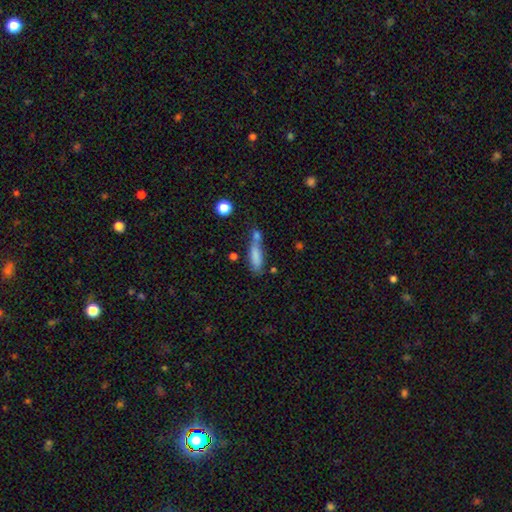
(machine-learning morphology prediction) This is likely a smooth galaxy (78%). How rounded: possibly cigar-shaped (59%). Merging: marginally none (39%).